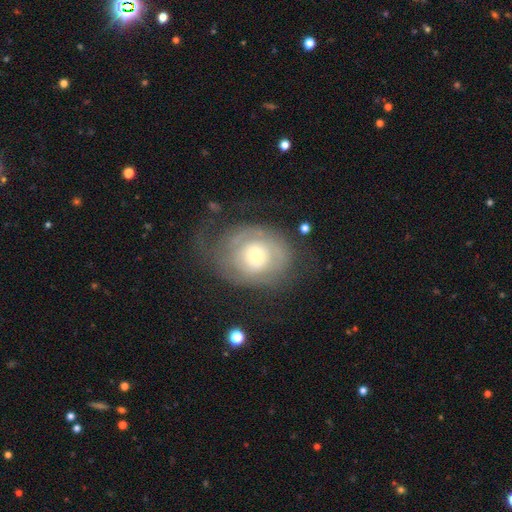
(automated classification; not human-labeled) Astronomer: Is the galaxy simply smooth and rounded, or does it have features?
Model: featured or disk — 68%.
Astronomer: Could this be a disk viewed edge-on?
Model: no — 96%.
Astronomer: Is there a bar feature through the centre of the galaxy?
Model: no — 83%.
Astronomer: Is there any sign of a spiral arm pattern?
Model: yes — 74%.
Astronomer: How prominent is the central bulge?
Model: moderate — 48% (runner-up: small, 44%).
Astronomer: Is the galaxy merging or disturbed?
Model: none — 53%.